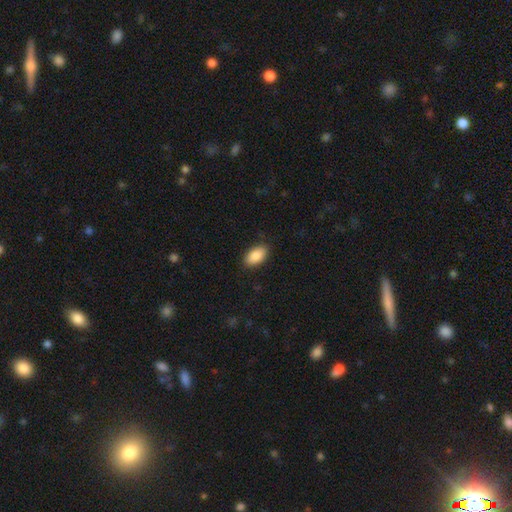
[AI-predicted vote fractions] A smooth galaxy with no disk features (88%) that is in between round and cigar-shaped (94%).

Vote fractions:
- Smooth or featured? smooth: 88% / star or artifact: 7% / featured or disk: 5%
- How rounded? in between: 94% / round: 4% / cigar-shaped: 3%
- Merging? none: 87% / minor disturbance: 10% / major disturbance: 2% / merger: 1%